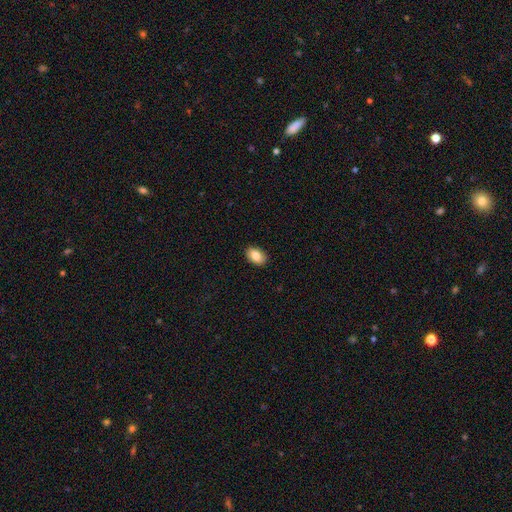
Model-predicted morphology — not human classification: This appears to be a smooth galaxy with no disk features (85%) that is in between round and cigar-shaped (86%). Merging: none (90%).